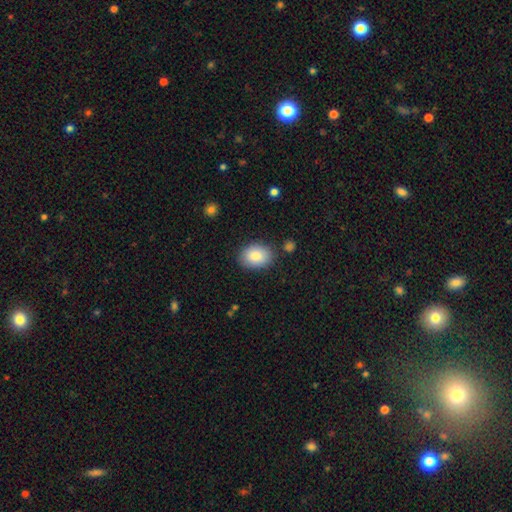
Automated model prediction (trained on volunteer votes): Smooth or featured? Predicted: smooth (p=0.84). How rounded? Predicted: in between (p=0.71). Merging? Predicted: none (p=0.84).